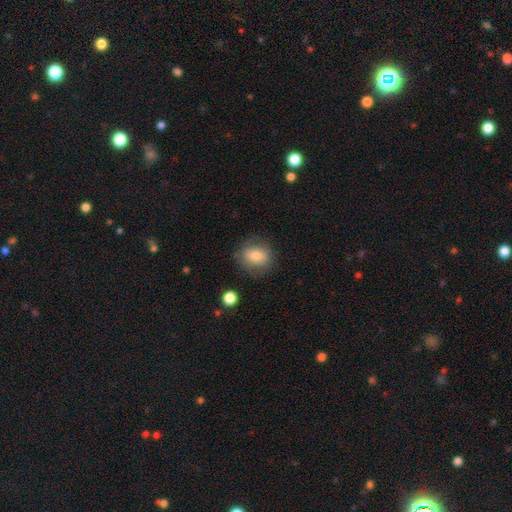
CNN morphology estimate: Smooth or featured?
  - smooth: 74% *
  - featured or disk: 17%
  - star or artifact: 9%
How rounded?
  - round: 58% *
  - in between: 41%
  - cigar-shaped: 1%
Merging?
  - none: 78% *
  - minor disturbance: 15%
  - major disturbance: 6%
  - merger: 2%